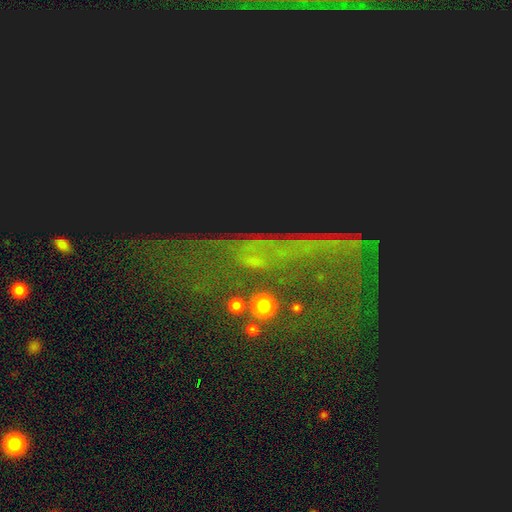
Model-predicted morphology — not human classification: This appears to be a star or artifact, not a galaxy (50%).